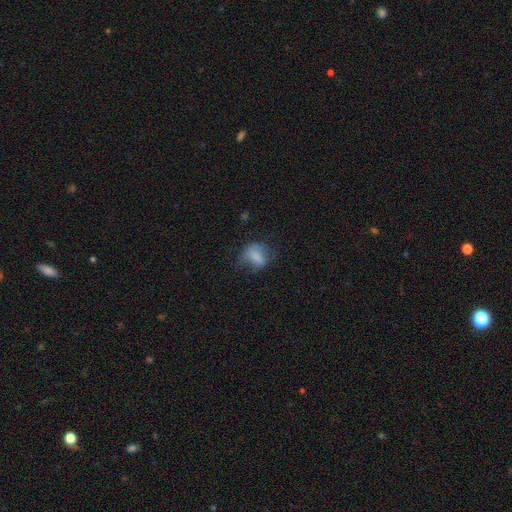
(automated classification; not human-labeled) Smooth or featured? Predicted: smooth (p=0.65). How rounded? Predicted: in between (p=0.66). Merging? Predicted: none (p=0.41).